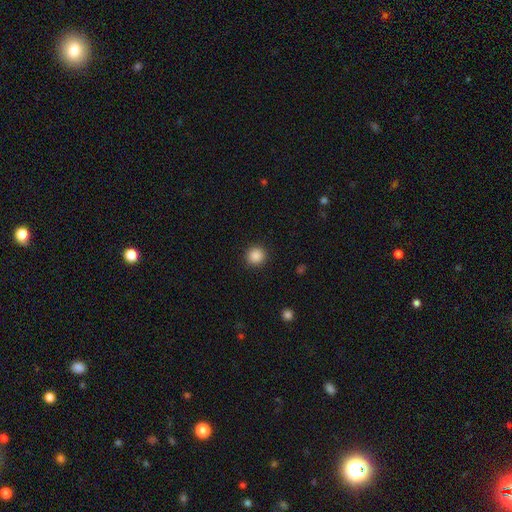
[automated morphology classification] Smooth or featured? Predicted: smooth (p=0.87). How rounded? Predicted: round (p=0.94). Merging? Predicted: none (p=0.92).